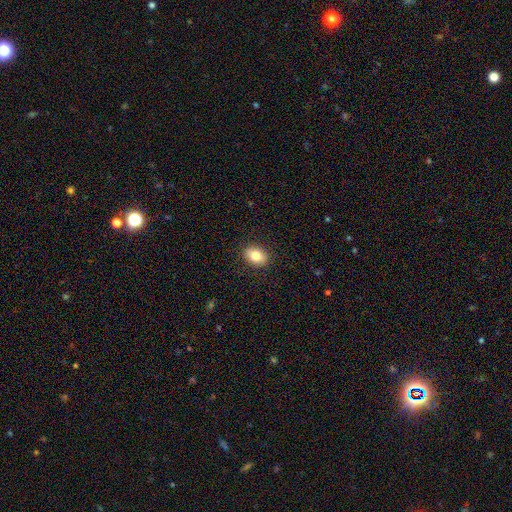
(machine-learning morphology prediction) A smooth galaxy with no disk features (81%) that is in between round and cigar-shaped (74%).

Vote fractions:
- Smooth or featured? smooth: 81% / featured or disk: 11% / star or artifact: 8%
- How rounded? in between: 74% / round: 25% / cigar-shaped: 1%
- Merging? none: 89% / minor disturbance: 8% / major disturbance: 2% / merger: 1%